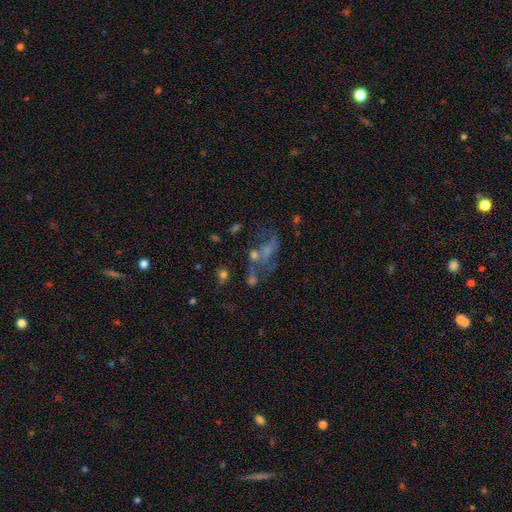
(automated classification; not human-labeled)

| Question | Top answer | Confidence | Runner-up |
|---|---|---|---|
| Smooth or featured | featured or disk | 52% | smooth (25%) |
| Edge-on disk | no | 95% | yes (5%) |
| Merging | none | 34% | major disturbance (30%) |